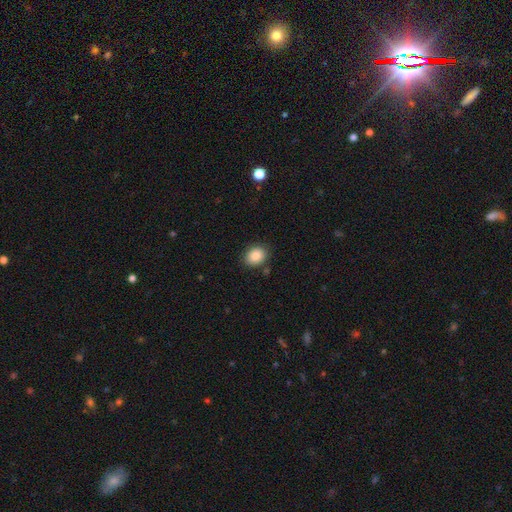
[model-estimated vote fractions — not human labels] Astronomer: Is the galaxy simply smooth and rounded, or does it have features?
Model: smooth — 86%.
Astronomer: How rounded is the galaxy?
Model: in between — 53% (runner-up: round, 46%).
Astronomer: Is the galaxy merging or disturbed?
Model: none — 84%.